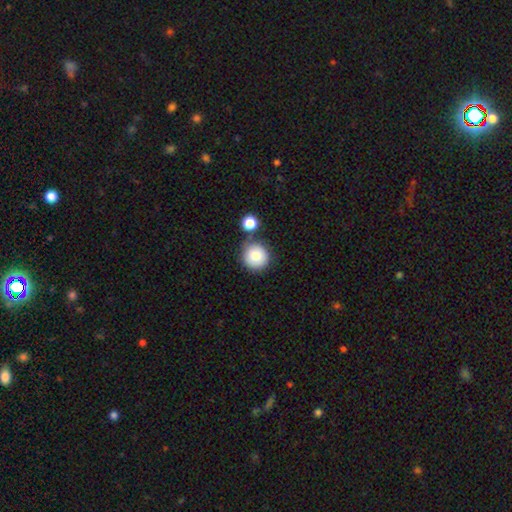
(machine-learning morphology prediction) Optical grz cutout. It shows a smooth galaxy with no disk features (83%) that is round (94%). Merging: none (69%).